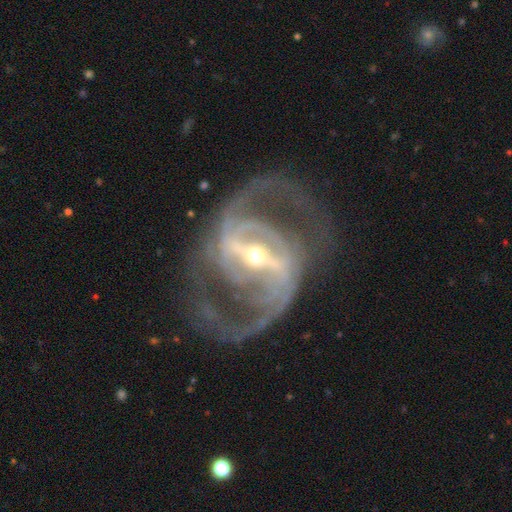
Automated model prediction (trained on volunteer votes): This appears to be a featured or disk galaxy (92%) with a strong bar (78%), 2 (81%) medium (55%) spiral arms (93%) and a small central bulge (54%). Merging: none (64%).